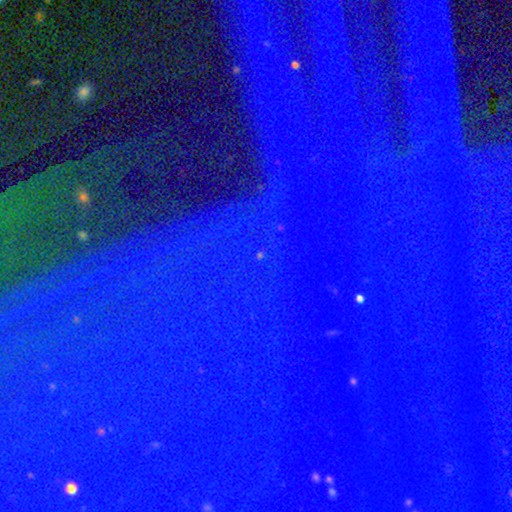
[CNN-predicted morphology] This appears to be a star or artifact, not a galaxy (89%).